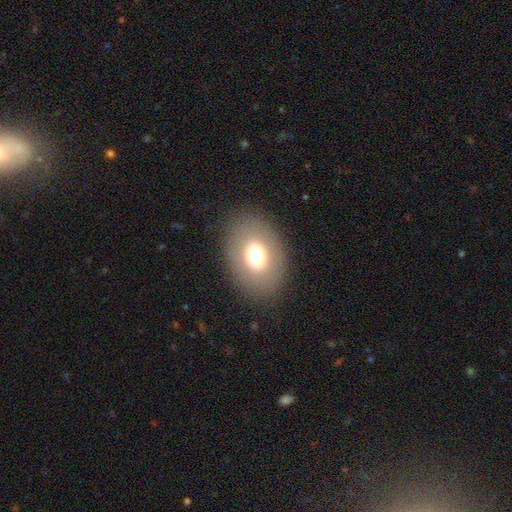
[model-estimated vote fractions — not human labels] This is likely a smooth galaxy (68%). How rounded: likely in between (73%). Merging: clearly none (85%).